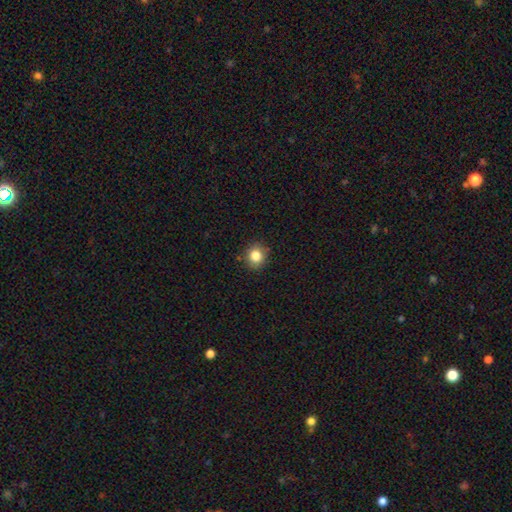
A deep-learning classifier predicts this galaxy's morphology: type=smooth (83%); roundness=round (81%); merging=none (87%).